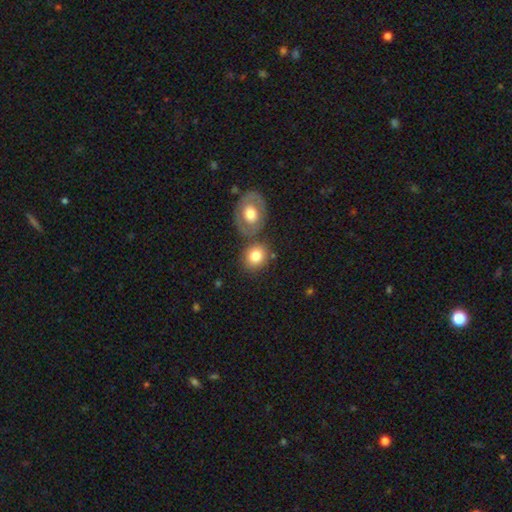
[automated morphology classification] Smooth or featured?
  - smooth: 76% *
  - featured or disk: 17%
  - star or artifact: 8%
How rounded?
  - round: 62% *
  - in between: 37%
  - cigar-shaped: 1%
Merging?
  - none: 60% *
  - merger: 23%
  - minor disturbance: 12%
  - major disturbance: 4%